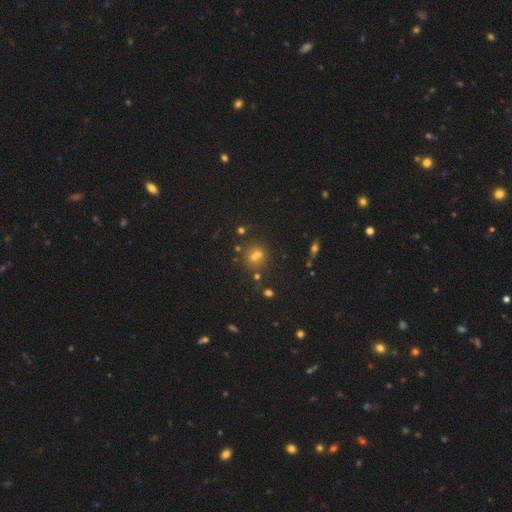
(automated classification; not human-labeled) The model was most divided on "smooth or featured": smooth: 49%, star or artifact: 36%, featured or disk: 15%. More confident: merging — none (59%).